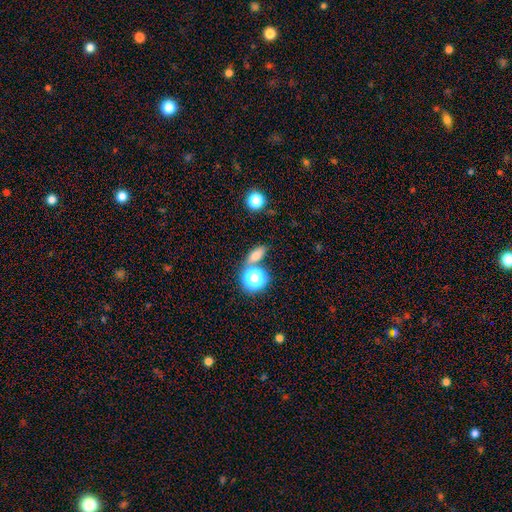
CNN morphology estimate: smooth-or-featured: smooth: 69% | star or artifact: 20% | featured or disk: 11%
  how-rounded: in between: 61% | round: 27% | cigar-shaped: 13%
  merging: none: 63% | merger: 22% | minor disturbance: 11% | major disturbance: 5%